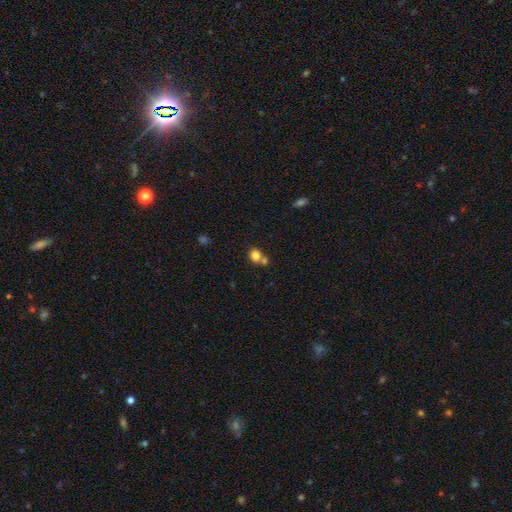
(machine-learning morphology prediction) Smooth or featured: smooth — 80% (star or artifact — 11%)
How rounded: round — 63% (in between — 36%)
Merging: none — 46% (merger — 40%)